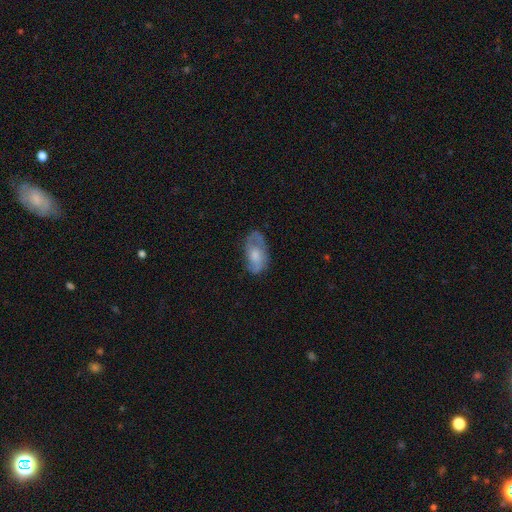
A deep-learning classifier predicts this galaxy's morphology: Overall: featured or disk (47%; smooth 46%). Merging: none (57%; minor disturbance 27%).